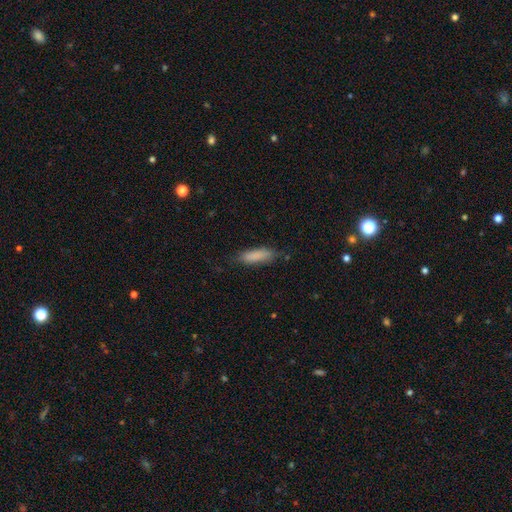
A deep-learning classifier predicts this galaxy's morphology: Q: Smooth or featured?
A: smooth (86%); runner-up: featured or disk (7%)
Q: How rounded?
A: cigar-shaped (56%); runner-up: in between (43%)
Q: Merging?
A: none (76%); runner-up: minor disturbance (19%)